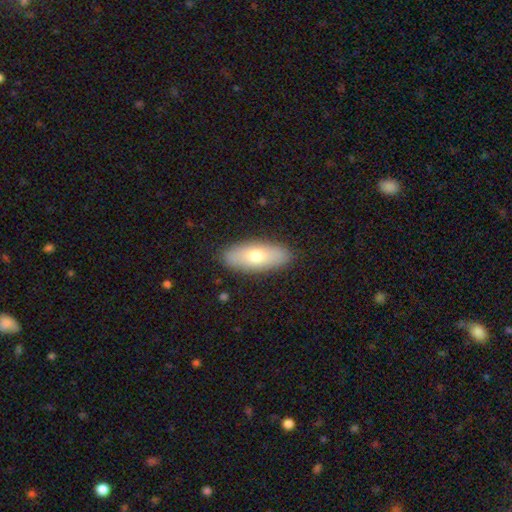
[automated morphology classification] Smooth or featured? Predicted: smooth (p=0.70). How rounded? Predicted: in between (p=0.79). Merging? Predicted: none (p=0.88).